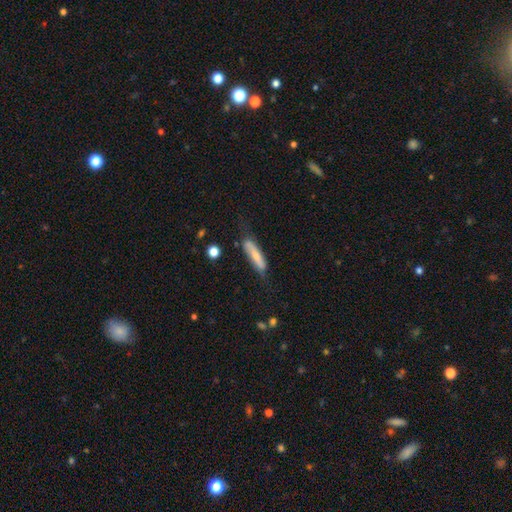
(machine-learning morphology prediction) Q: Smooth or featured?
A: smooth (61%); runner-up: featured or disk (32%)
Q: How rounded?
A: cigar-shaped (74%); runner-up: in between (24%)
Q: Merging?
A: none (56%); runner-up: minor disturbance (29%)